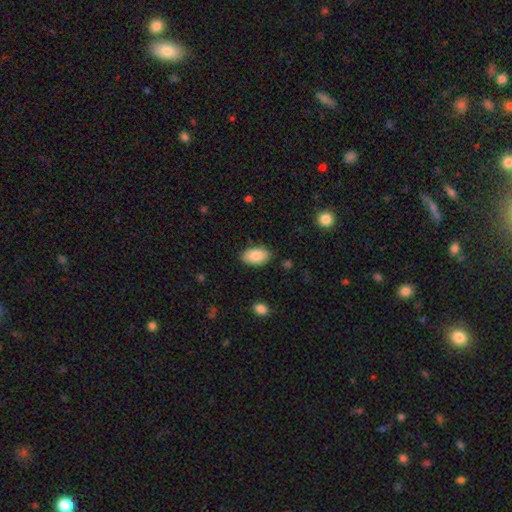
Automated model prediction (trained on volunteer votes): Morphology: type=smooth (88%); roundness=in between (94%); merging=none (85%).